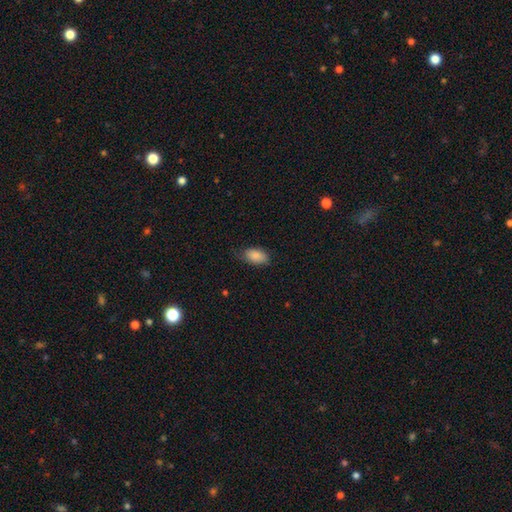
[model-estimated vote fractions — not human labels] A smooth galaxy with no disk features (87%) that is in between round and cigar-shaped (93%). Merging: none (71%).